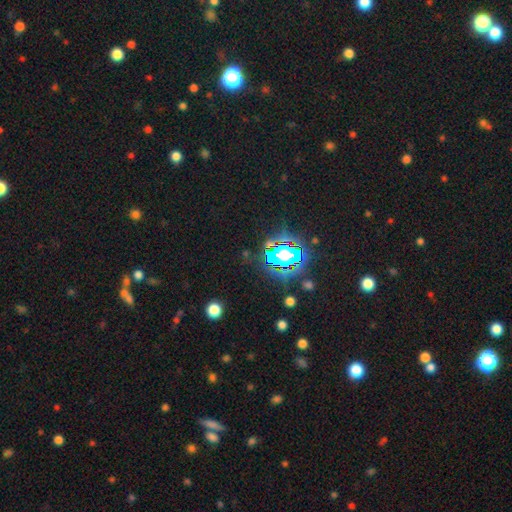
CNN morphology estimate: The model was most divided on "smooth or featured": star or artifact: 80%, smooth: 13%, featured or disk: 7%.